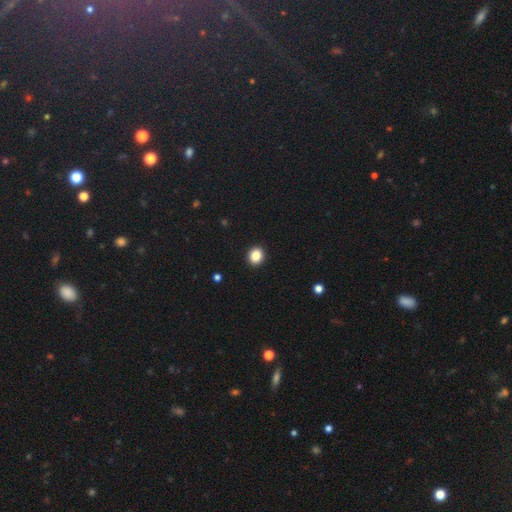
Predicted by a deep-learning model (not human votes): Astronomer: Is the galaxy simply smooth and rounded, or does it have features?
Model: smooth — 86%.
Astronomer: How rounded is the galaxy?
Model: round — 78%.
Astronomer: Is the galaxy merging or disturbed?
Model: none — 93%.